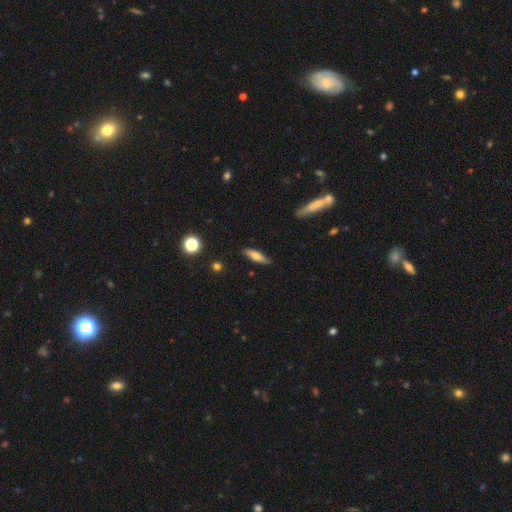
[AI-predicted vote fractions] Q: Smooth or featured?
A: smooth (62%); runner-up: featured or disk (31%)
Q: How rounded?
A: cigar-shaped (62%); runner-up: in between (35%)
Q: Merging?
A: none (84%); runner-up: minor disturbance (12%)